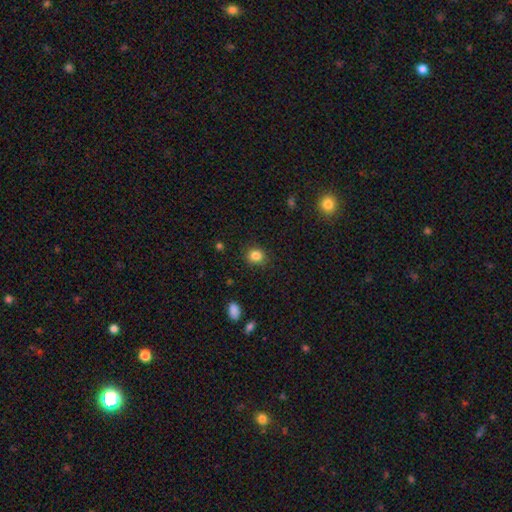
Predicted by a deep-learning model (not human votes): smooth 84%, star or artifact 11%, featured or disk 5%. Down the decision tree: how rounded — round (78%); merging — none (88%).